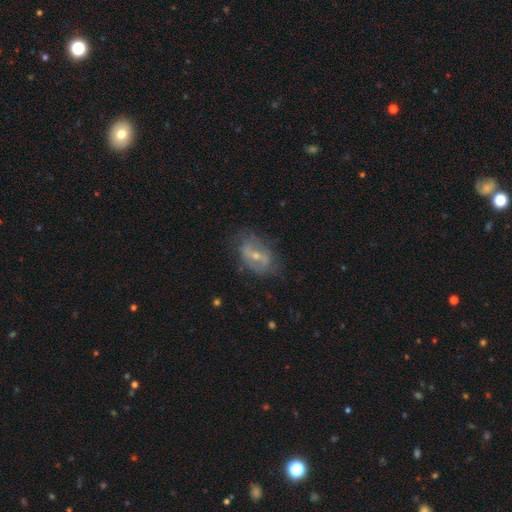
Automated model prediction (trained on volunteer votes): Morphology: type=featured or disk (66%); edge-on=no (93%); bar=weak (41%); spiral arms=yes (53%); bulge=small (52%); merging=none (64%).